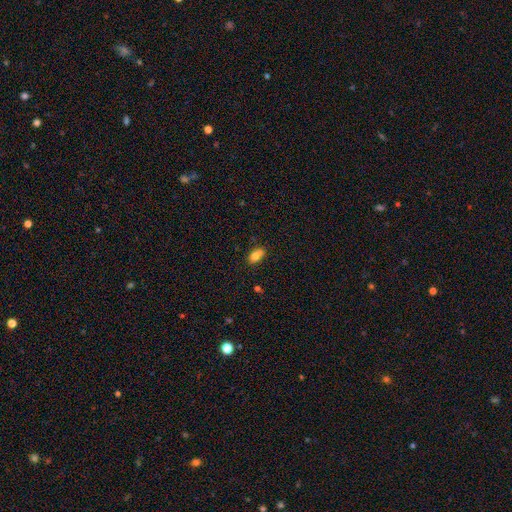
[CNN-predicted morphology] smooth-or-featured: smooth: 77% | featured or disk: 13% | star or artifact: 11%
  how-rounded: in between: 79% | round: 17% | cigar-shaped: 3%
  merging: none: 51% | merger: 23% | minor disturbance: 20% | major disturbance: 6%